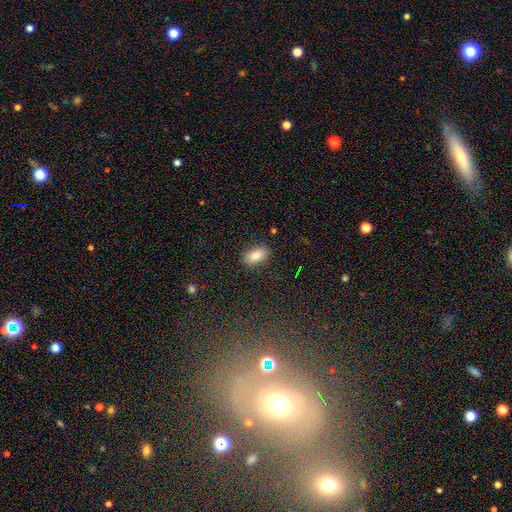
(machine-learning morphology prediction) Smooth or featured: smooth — 83% (star or artifact — 9%)
How rounded: in between — 91% (round — 5%)
Merging: none — 86% (minor disturbance — 10%)